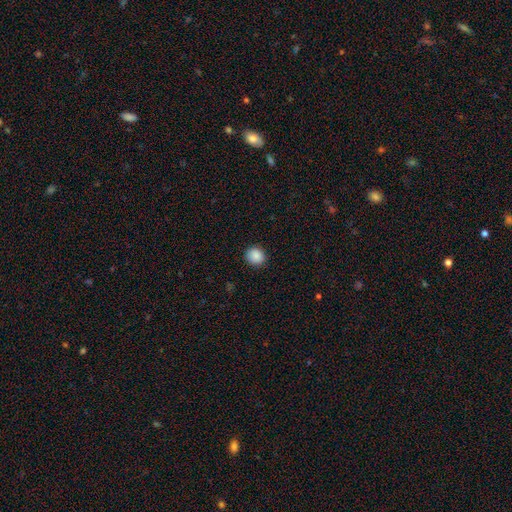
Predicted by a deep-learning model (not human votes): Morphology: type=smooth (88%); roundness=round (83%); merging=none (90%).